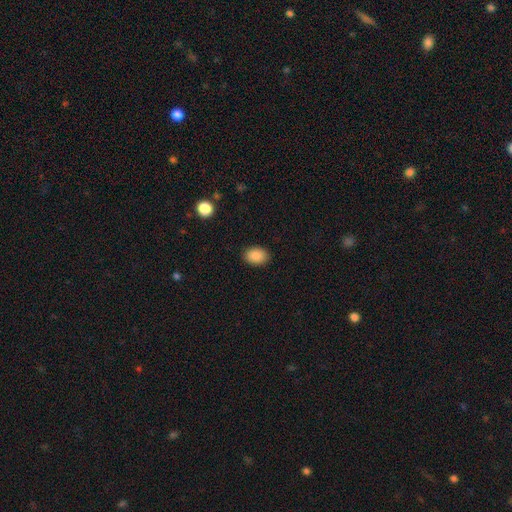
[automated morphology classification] This is clearly a smooth galaxy (89%). How rounded: likely in between (77%). Merging: clearly none (88%).